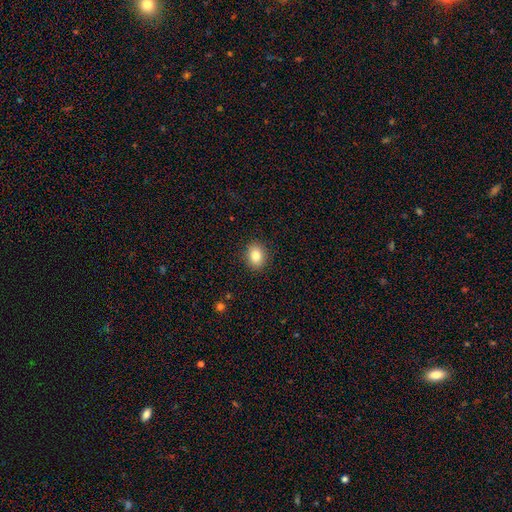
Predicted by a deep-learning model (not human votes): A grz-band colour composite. It shows a smooth galaxy with no disk features (84%) that is in between round and cigar-shaped (53%). Merging: none (90%).